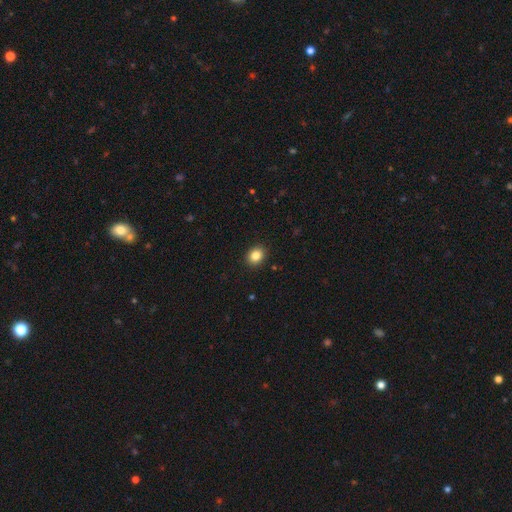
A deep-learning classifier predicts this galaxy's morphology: Overall: smooth (84%). How rounded: round (63%; in between 36%). Merging: none (91%).